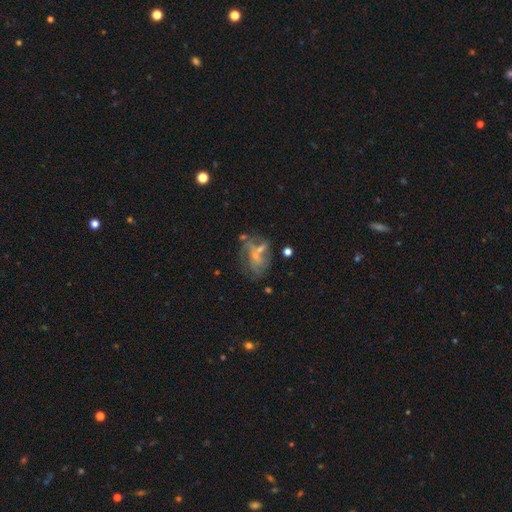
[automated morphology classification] type=featured or disk (56%); edge-on=no (95%); bar=no (65%); spiral arms=no (56%); bulge=small (58%); merging=none (45%).